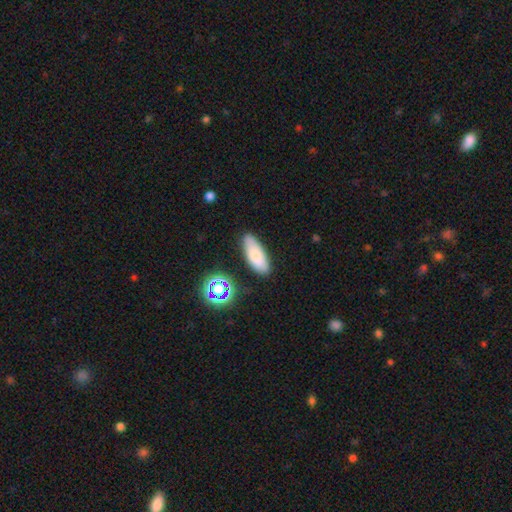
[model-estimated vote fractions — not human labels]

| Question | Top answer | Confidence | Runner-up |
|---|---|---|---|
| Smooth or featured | smooth | 77% | featured or disk (13%) |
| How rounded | in between | 74% | cigar-shaped (23%) |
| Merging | none | 82% | minor disturbance (13%) |